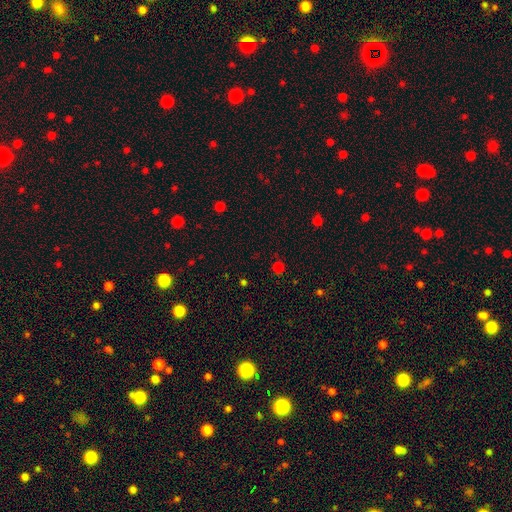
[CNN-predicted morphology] Smooth or featured? Predicted: smooth (p=0.51). How rounded? Predicted: round (p=0.85). Merging? Predicted: none (p=0.84).